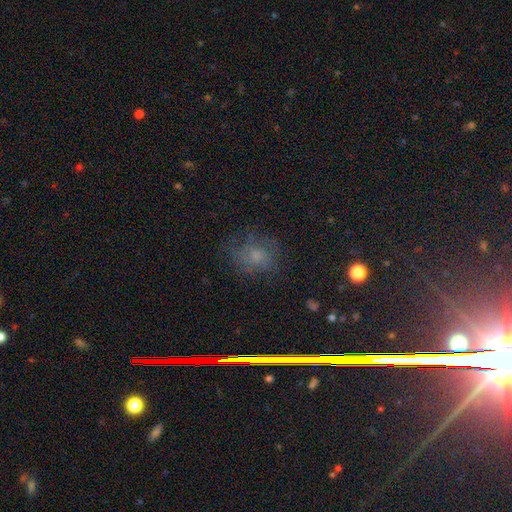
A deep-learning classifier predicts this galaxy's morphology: The model was most divided on "smooth or featured": smooth: 49%, featured or disk: 28%, star or artifact: 23%. More confident: merging — none (66%).